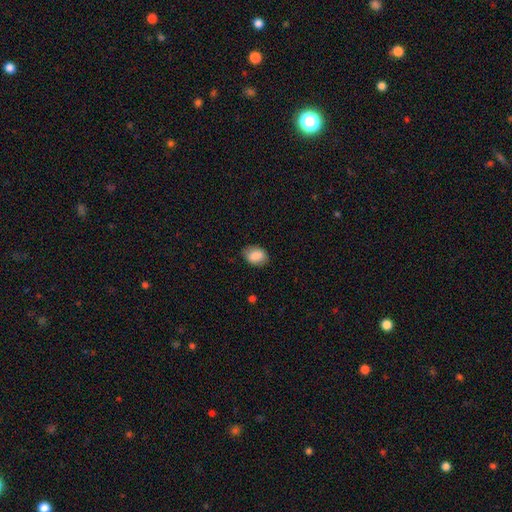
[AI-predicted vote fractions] This appears to be a smooth galaxy with no disk features (86%) that is in between round and cigar-shaped (75%). Merging: none (78%).